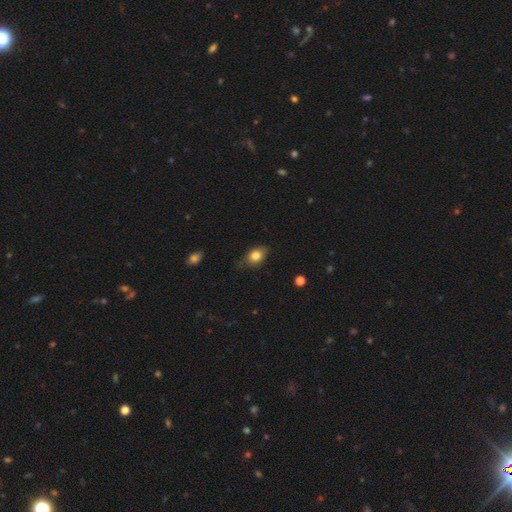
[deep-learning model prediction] This appears to be a smooth galaxy with no disk features (81%) that is in between round and cigar-shaped (68%). Merging: none (65%).